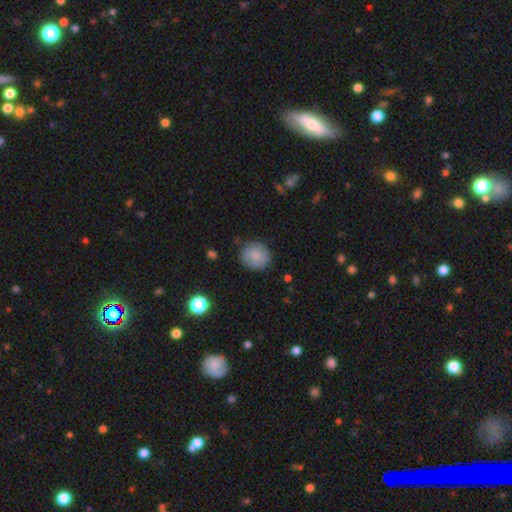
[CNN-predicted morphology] This is clearly a smooth galaxy (80%). How rounded: clearly round (87%). Merging: likely none (79%).